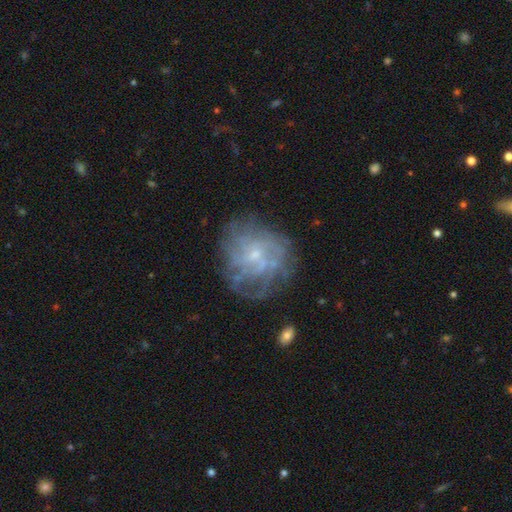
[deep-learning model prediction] Smooth or featured? featured or disk (70%)
Edge-on disk? no (98%)
Bar? no (70%)
Spiral arms? yes (71%)
Bulge size? small (74%)
Merging? none (64%)